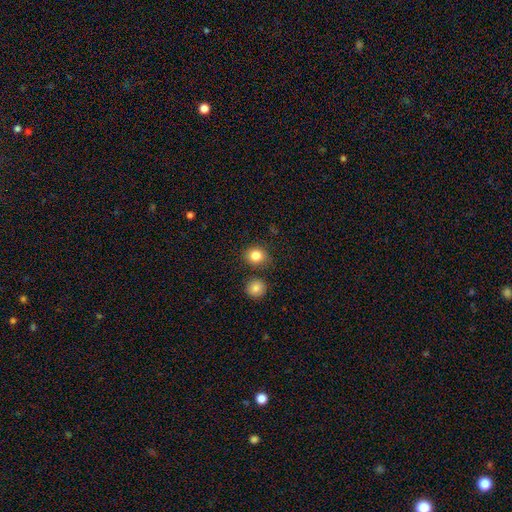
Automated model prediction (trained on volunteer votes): Smooth or featured? smooth (84%)
How rounded? round (78%)
Merging? none (81%)